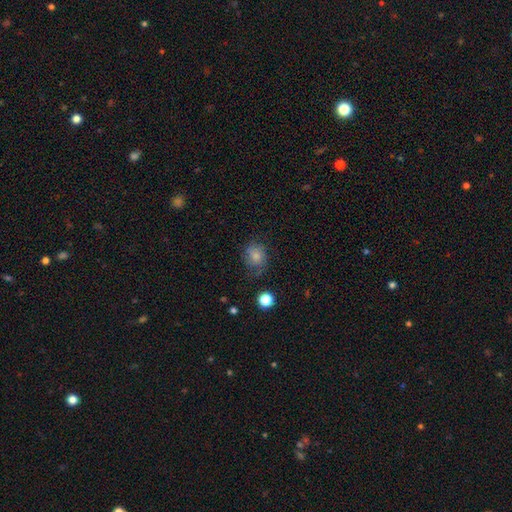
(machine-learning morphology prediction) The model was most divided on "how rounded": round: 66%, in between: 33%, cigar-shaped: 1%. More confident: smooth or featured — smooth (72%); merging — none (61%).